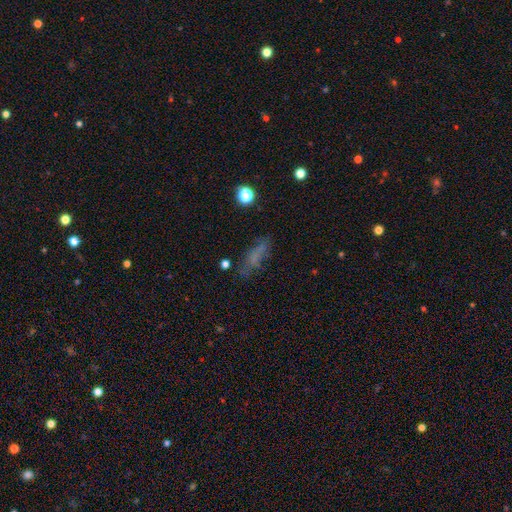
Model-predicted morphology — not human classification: Smooth or featured?
  - smooth: 56% *
  - featured or disk: 26%
  - star or artifact: 18%
How rounded?
  - cigar-shaped: 48% *
  - in between: 47%
  - round: 5%
Merging?
  - none: 63% *
  - minor disturbance: 21%
  - major disturbance: 11%
  - merger: 4%